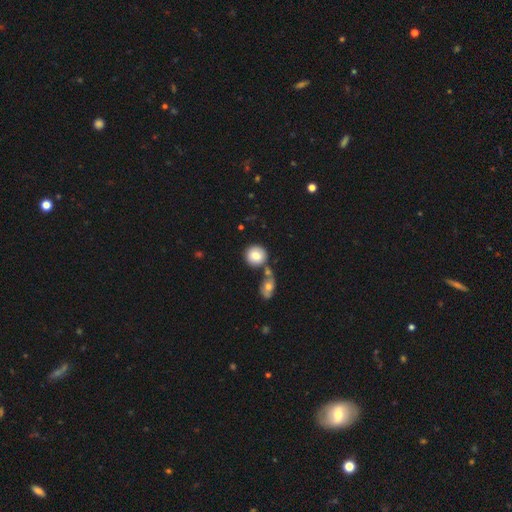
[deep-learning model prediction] This is clearly a smooth galaxy (81%). How rounded: clearly round (89%). Merging: likely none (66%).